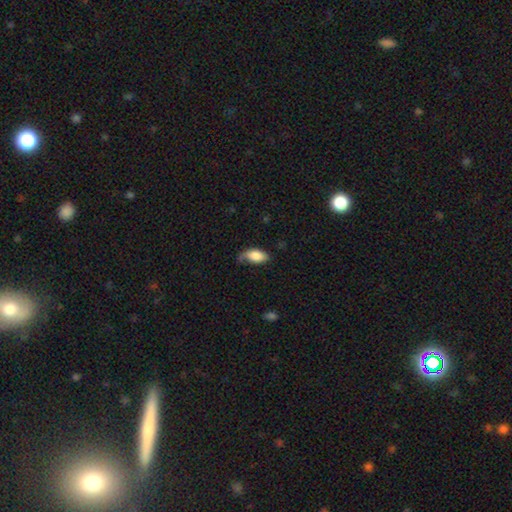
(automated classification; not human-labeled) Smooth or featured?
  - smooth: 80% *
  - featured or disk: 14%
  - star or artifact: 6%
How rounded?
  - in between: 92% *
  - cigar-shaped: 4%
  - round: 4%
Merging?
  - none: 41% *
  - minor disturbance: 38%
  - major disturbance: 18%
  - merger: 3%